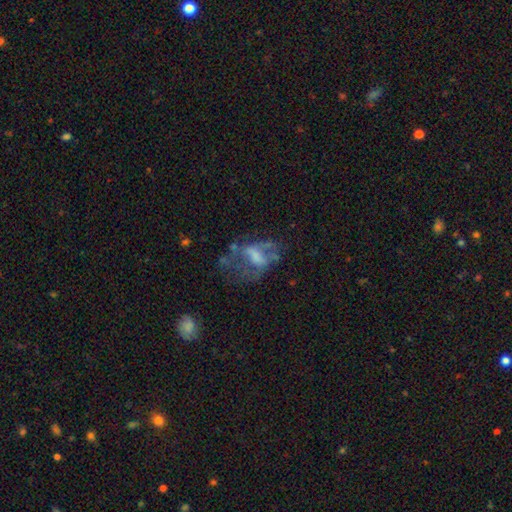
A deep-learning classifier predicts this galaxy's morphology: smooth-or-featured: featured or disk: 56% | smooth: 29% | star or artifact: 15%
  disk-edge-on: no: 95% | yes: 5%
    bar: no: 50% | weak: 34% | strong: 15%
    has-spiral-arms: no: 75% | yes: 25%
    bulge-size: none: 36% | moderate: 30% | small: 23% | large: 9% | dominant: 1%
  merging: major disturbance: 40% | none: 34% | minor disturbance: 19% | merger: 8%